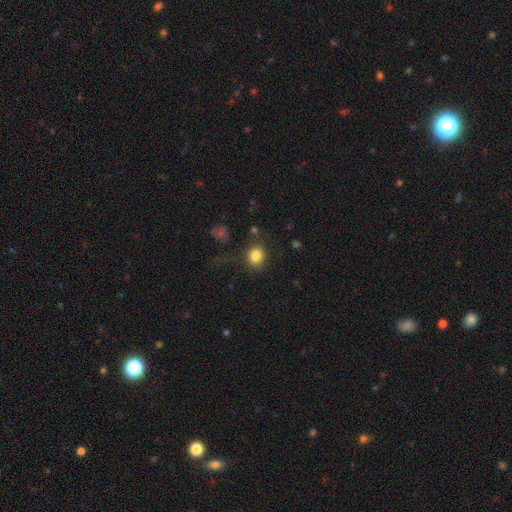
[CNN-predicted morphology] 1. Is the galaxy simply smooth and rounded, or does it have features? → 84% smooth, 10% star or artifact, 6% featured or disk.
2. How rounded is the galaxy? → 74% round, 25% in between, 1% cigar-shaped.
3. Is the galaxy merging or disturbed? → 76% none, 13% minor disturbance, 8% major disturbance, 4% merger.